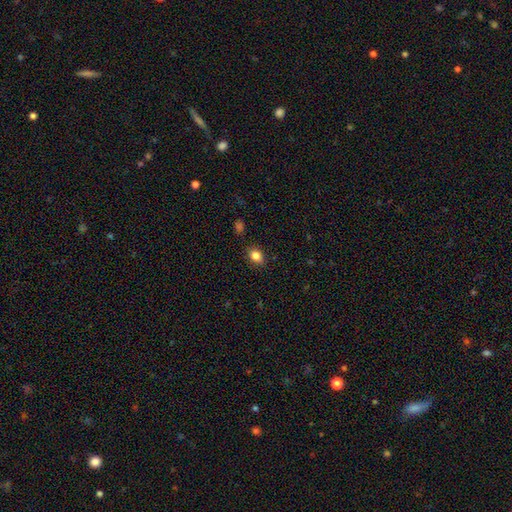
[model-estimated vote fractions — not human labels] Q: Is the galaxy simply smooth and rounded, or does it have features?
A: smooth — 84%.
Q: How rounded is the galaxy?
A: in between — 68%.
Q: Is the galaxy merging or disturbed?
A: none — 84%.